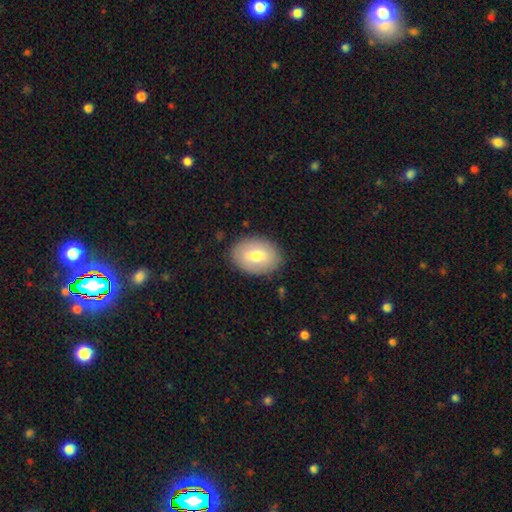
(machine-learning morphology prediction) The model was most divided on "smooth or featured": smooth: 69%, featured or disk: 24%, star or artifact: 7%. More confident: merging — none (85%); how rounded — in between (80%).